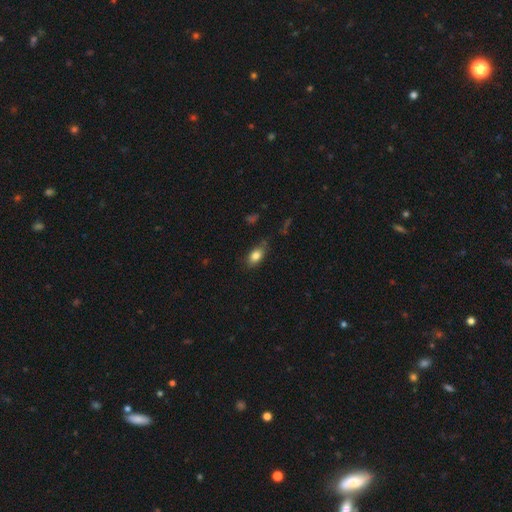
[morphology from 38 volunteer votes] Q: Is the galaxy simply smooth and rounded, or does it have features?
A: smooth — 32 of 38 (84%).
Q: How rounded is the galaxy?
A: in between — 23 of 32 (72%).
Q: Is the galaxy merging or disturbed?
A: none — 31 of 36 (86%).